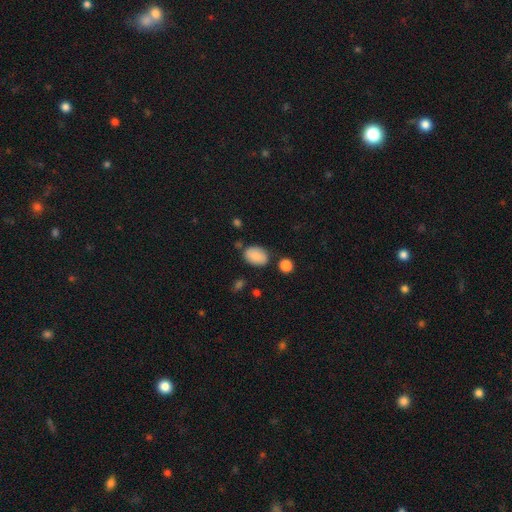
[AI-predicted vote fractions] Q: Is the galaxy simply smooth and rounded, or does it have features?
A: smooth — 85%.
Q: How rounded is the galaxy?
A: in between — 80%.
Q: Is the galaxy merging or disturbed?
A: none — 73%.